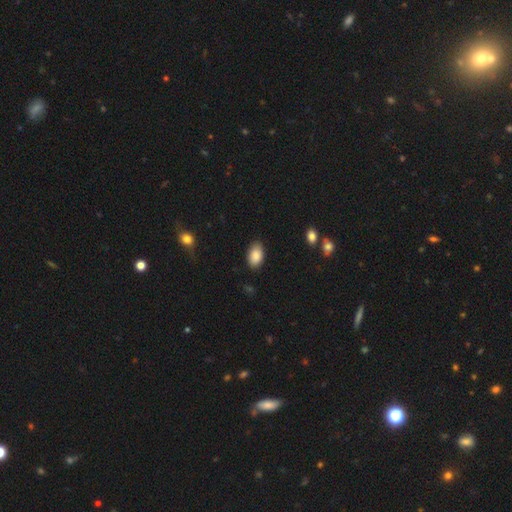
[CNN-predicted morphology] Overall: smooth (88%). How rounded: in between (92%). Merging: none (82%).